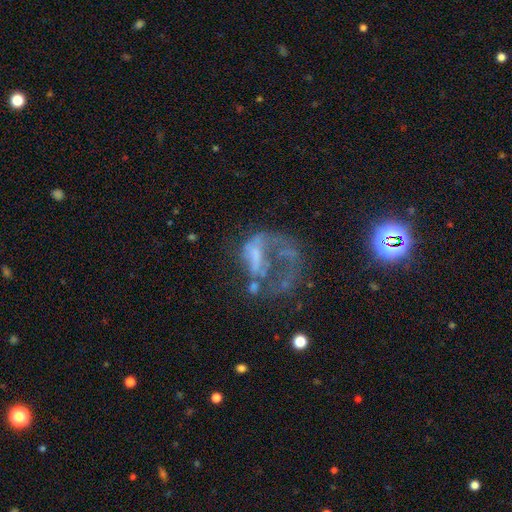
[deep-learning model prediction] Morphology: type=featured or disk (62%); edge-on=no (97%); bar=no (72%); spiral arms=no (69%); bulge=none (59%); merging=major disturbance (54%).